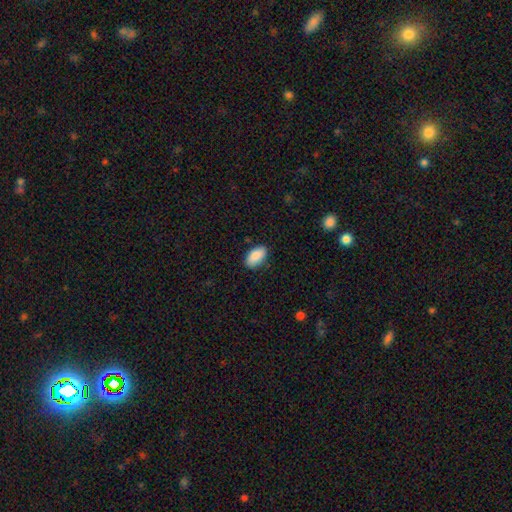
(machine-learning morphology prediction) type=smooth (88%); roundness=in between (94%); merging=none (85%).